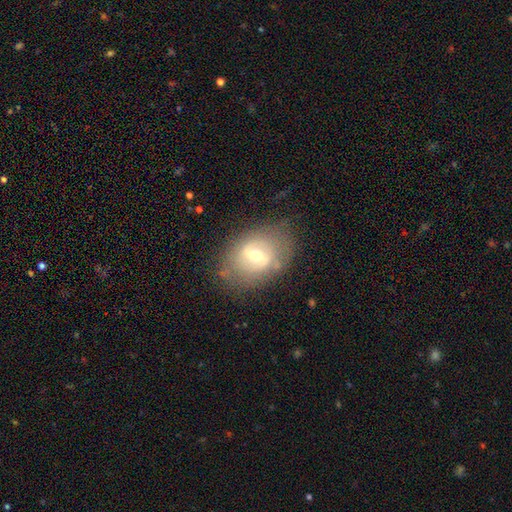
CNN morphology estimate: Smooth or featured? featured or disk (62%)
Edge-on disk? no (94%)
Bar? weak (51%)
Spiral arms? yes (53%)
Bulge size? moderate (64%)
Merging? none (72%)